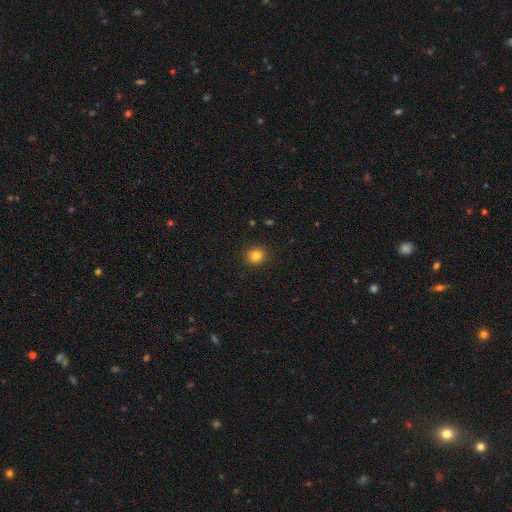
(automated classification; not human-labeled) A smooth galaxy with no disk features (83%) that is round (79%). Merging: none (91%).